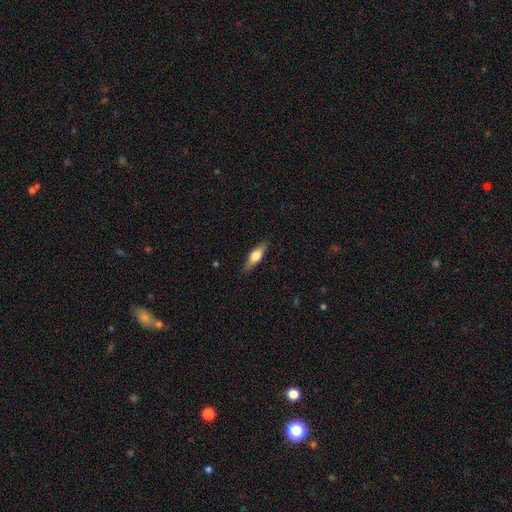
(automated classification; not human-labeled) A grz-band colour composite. It shows a smooth galaxy with no disk features (52%) that is cigar-shaped (50%). Merging: none (85%).